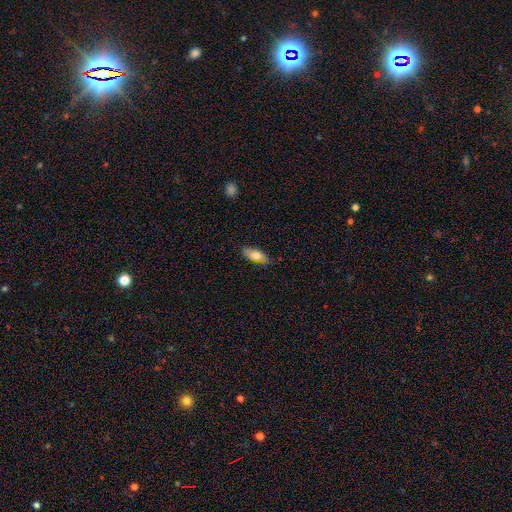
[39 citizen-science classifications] Q: Smooth or featured?
A: smooth (82%); runner-up: featured or disk (10%)
Q: How rounded?
A: in between (84%); runner-up: cigar-shaped (16%)
Q: Merging?
A: none (92%); runner-up: minor disturbance (6%)